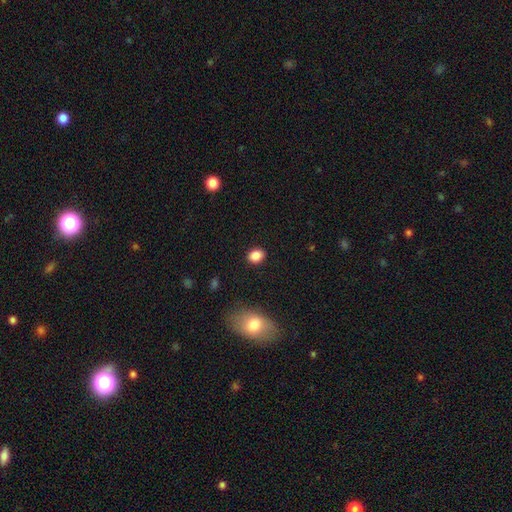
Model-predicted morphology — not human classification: A smooth galaxy with no disk features (86%) that is in between round and cigar-shaped (50%).

Vote fractions:
- Smooth or featured? smooth: 86% / star or artifact: 10% / featured or disk: 4%
- How rounded? in between: 50% / round: 49% / cigar-shaped: 1%
- Merging? none: 89% / minor disturbance: 8% / major disturbance: 2% / merger: 1%